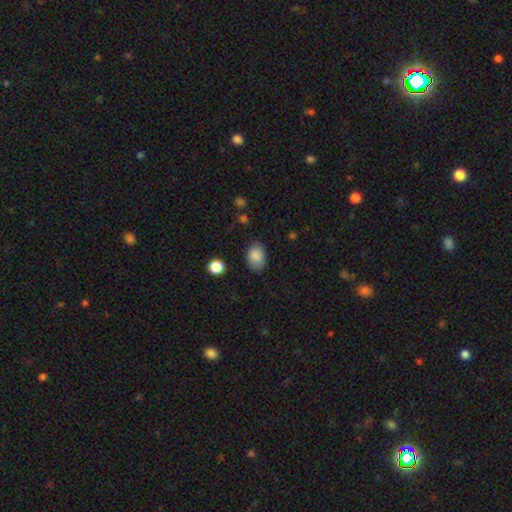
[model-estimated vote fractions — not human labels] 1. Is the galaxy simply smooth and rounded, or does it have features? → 87% smooth, 8% star or artifact, 5% featured or disk.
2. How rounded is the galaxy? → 81% in between, 18% round, 1% cigar-shaped.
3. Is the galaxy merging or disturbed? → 80% none, 14% minor disturbance, 4% major disturbance, 2% merger.